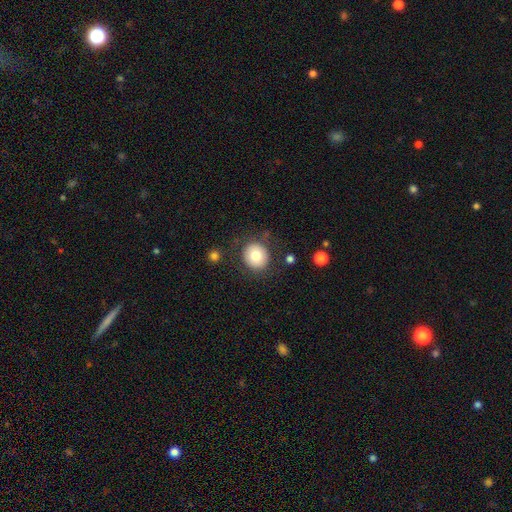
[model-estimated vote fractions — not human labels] The model was most divided on "smooth or featured": smooth: 79%, featured or disk: 12%, star or artifact: 9%. More confident: how rounded — round (89%); merging — none (83%).